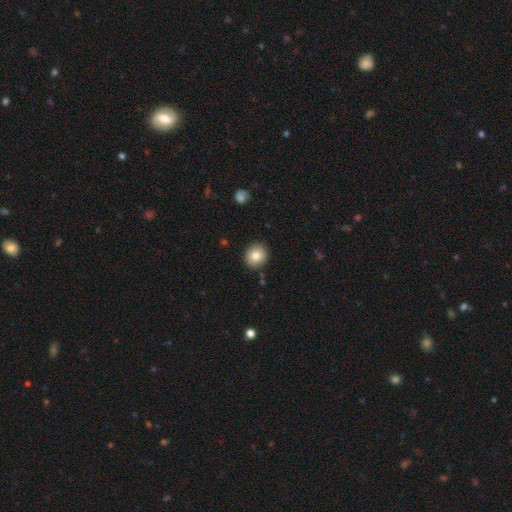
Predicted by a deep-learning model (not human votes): Smooth or featured? Predicted: smooth (p=0.83). How rounded? Predicted: round (p=0.82). Merging? Predicted: none (p=0.89).